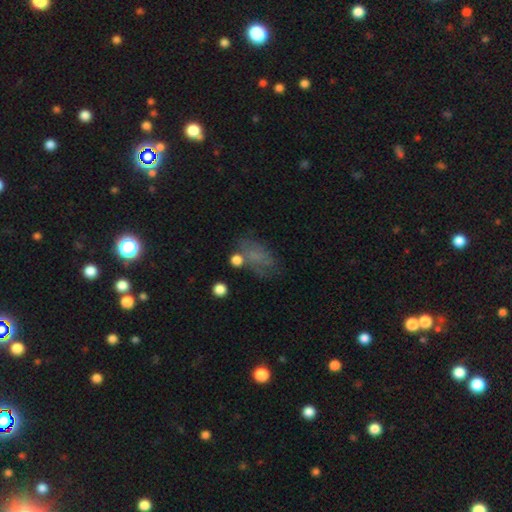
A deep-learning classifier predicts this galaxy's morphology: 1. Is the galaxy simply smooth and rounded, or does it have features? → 51% smooth, 28% featured or disk, 21% star or artifact.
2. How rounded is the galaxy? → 82% in between, 14% round, 4% cigar-shaped.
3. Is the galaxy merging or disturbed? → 45% none, 24% minor disturbance, 23% major disturbance, 7% merger.